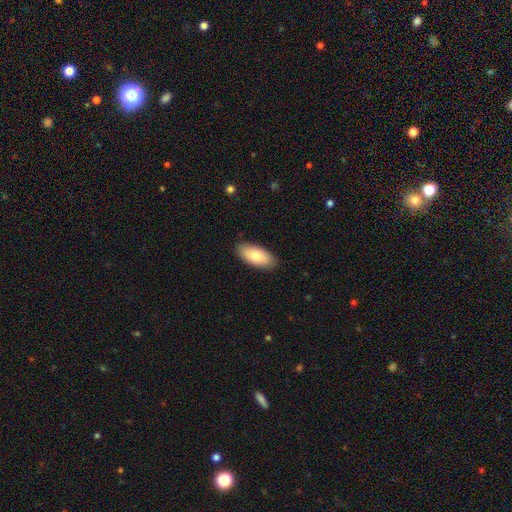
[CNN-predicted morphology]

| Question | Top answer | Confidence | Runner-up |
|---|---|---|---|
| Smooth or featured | smooth | 78% | featured or disk (16%) |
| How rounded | in between | 91% | cigar-shaped (7%) |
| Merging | none | 88% | minor disturbance (9%) |